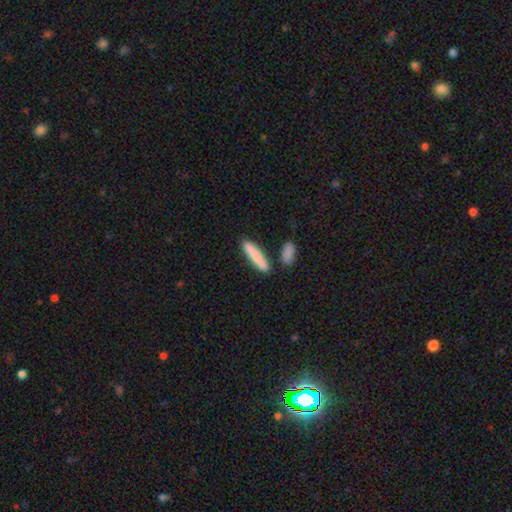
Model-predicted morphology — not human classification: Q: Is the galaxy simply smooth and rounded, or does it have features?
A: smooth — 80%.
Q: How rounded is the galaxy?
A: cigar-shaped — 86%.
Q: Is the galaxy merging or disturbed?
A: none — 78%.